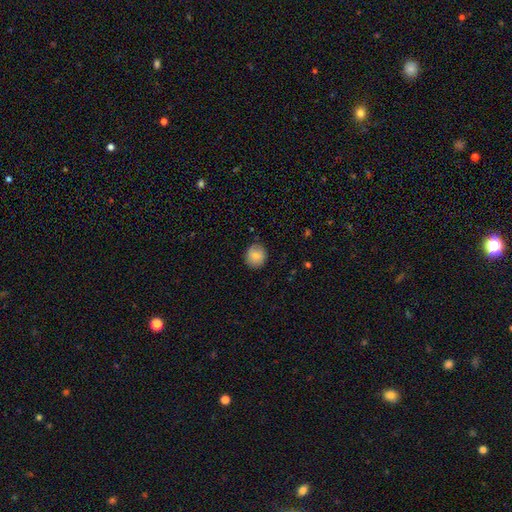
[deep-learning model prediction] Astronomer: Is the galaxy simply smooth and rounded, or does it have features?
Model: smooth — 82%.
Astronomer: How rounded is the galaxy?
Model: round — 81%.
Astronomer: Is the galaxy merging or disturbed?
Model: none — 80%.